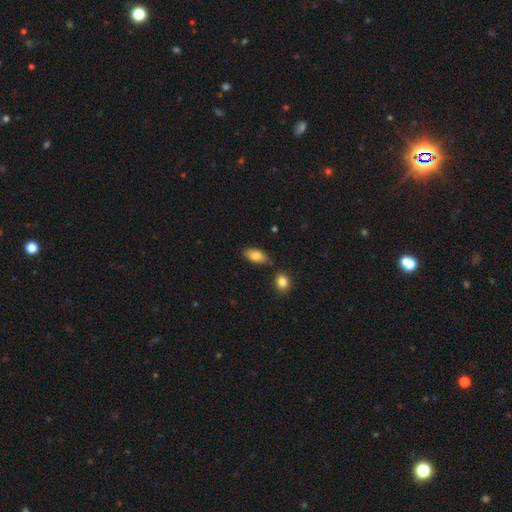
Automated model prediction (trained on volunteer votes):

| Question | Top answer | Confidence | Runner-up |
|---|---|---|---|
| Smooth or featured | smooth | 81% | featured or disk (12%) |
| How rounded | in between | 90% | cigar-shaped (6%) |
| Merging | none | 78% | minor disturbance (13%) |